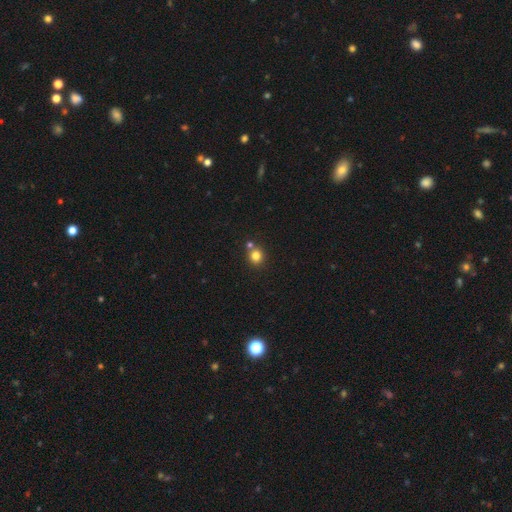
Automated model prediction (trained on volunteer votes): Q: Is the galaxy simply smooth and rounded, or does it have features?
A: smooth — 81%.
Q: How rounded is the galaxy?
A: round — 86%.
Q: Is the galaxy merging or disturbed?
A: none — 70%.